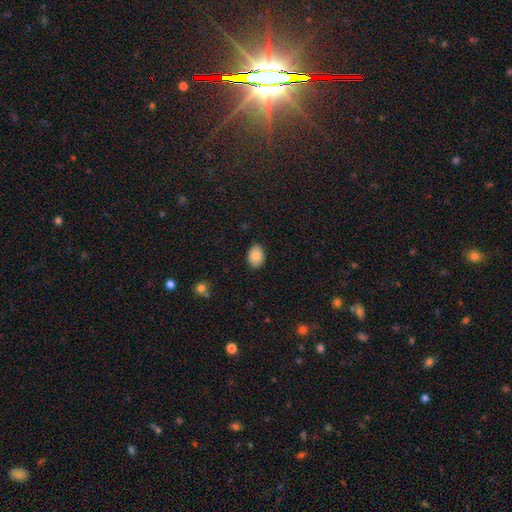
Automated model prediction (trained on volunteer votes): Overall: smooth (86%). How rounded: in between (79%). Merging: none (88%).